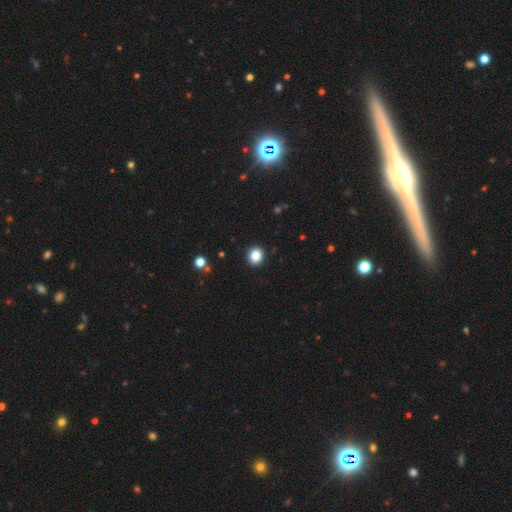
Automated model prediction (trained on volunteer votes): A smooth galaxy with no disk features (85%) that is round (79%).

Vote fractions:
- Smooth or featured? smooth: 85% / star or artifact: 10% / featured or disk: 5%
- How rounded? round: 79% / in between: 20% / cigar-shaped: 1%
- Merging? none: 92% / minor disturbance: 5% / major disturbance: 2% / merger: 1%